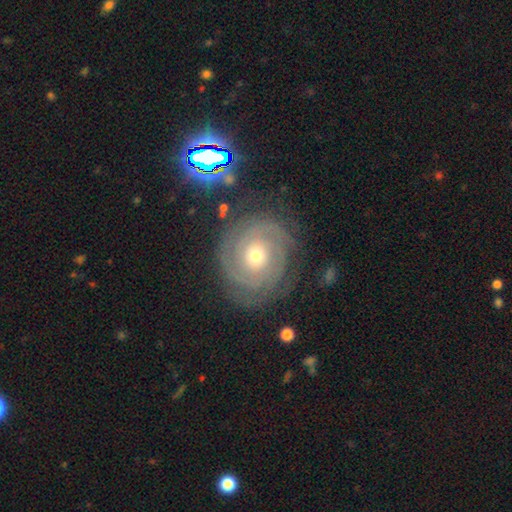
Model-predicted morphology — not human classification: Smooth or featured? Predicted: featured or disk (p=0.83). Edge-on disk? Predicted: no (p=0.97). Bar? Predicted: no (p=0.77). Spiral arms? Predicted: yes (p=0.95). Spiral winding? Predicted: tight (p=0.80). Spiral arm count? Predicted: 2 (p=0.48). Bulge size? Predicted: moderate (p=0.49). Merging? Predicted: none (p=0.79).